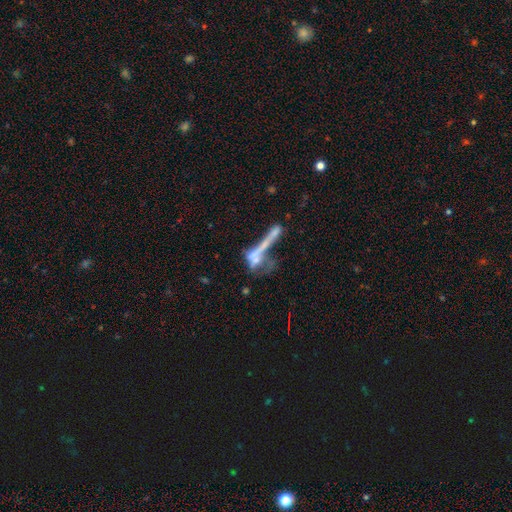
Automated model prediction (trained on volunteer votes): Q: Smooth or featured?
A: smooth (44%); runner-up: featured or disk (43%)
Q: Merging?
A: merger (47%); runner-up: major disturbance (23%)